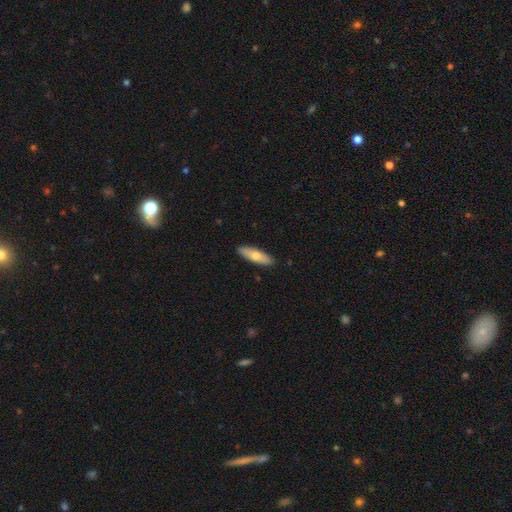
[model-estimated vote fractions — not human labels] A smooth galaxy with no disk features (68%) that is in between round and cigar-shaped (49%, tied with cigar-shaped). Merging: none (90%).